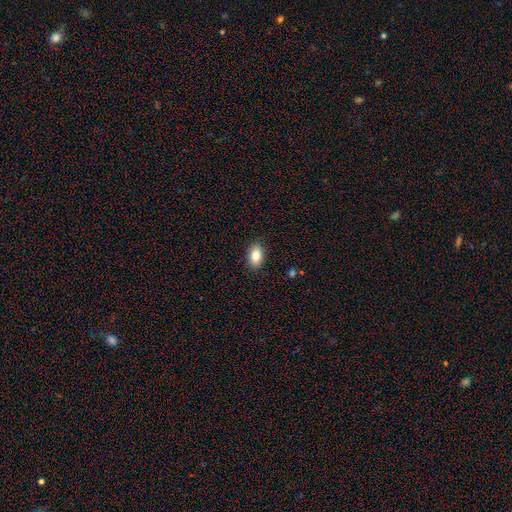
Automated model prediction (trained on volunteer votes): smooth 82%, featured or disk 10%, star or artifact 8%. Down the decision tree: how rounded — in between (89%); merging — none (89%).